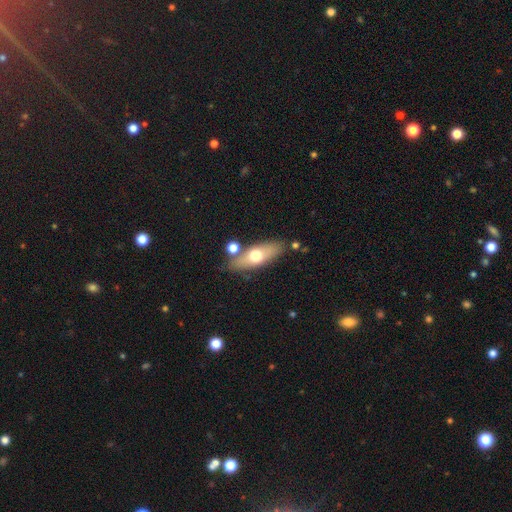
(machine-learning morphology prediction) Smooth or featured: smooth — 56% (featured or disk — 37%)
How rounded: in between — 56% (cigar-shaped — 40%)
Merging: none — 74% (minor disturbance — 13%)